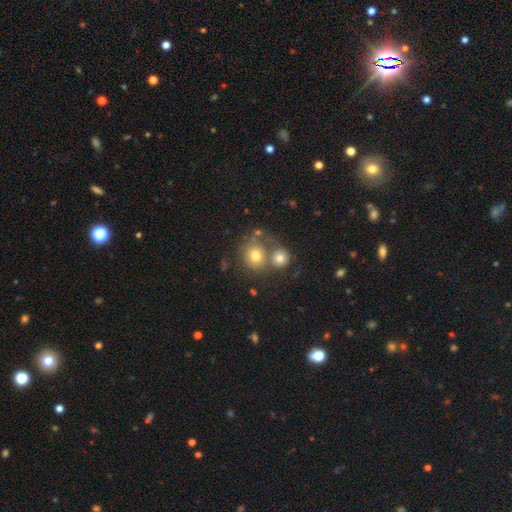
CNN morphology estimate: type=smooth (72%); roundness=round (83%); merging=merger (41%, tied with none).